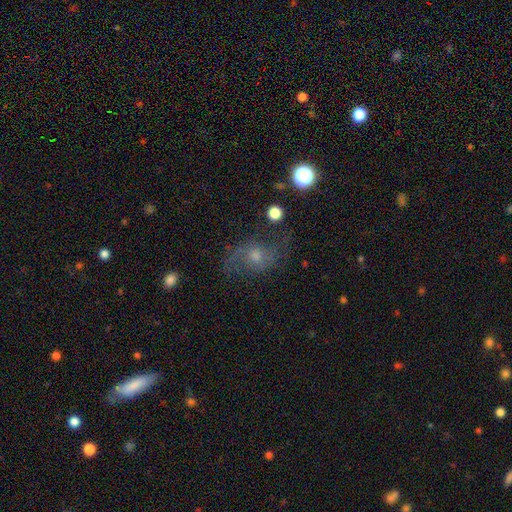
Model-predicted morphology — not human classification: smooth-or-featured: featured or disk: 63% | star or artifact: 19% | smooth: 17%
  disk-edge-on: no: 95% | yes: 5%
    bar: no: 68% | weak: 27% | strong: 5%
    has-spiral-arms: yes: 90% | no: 10%
      spiral-winding: loose: 47% | medium: 40% | tight: 13%
      spiral-arm-count: 2: 83% | can't tell: 9% | 1: 4% | 3: 2% | 4: 1% | more than 4: 1%
    bulge-size: moderate: 51% | small: 38% | large: 6% | none: 3% | dominant: 2%
  merging: none: 70% | minor disturbance: 17% | major disturbance: 11% | merger: 2%